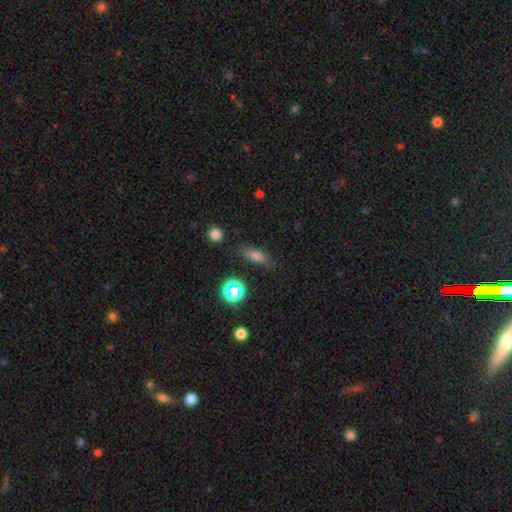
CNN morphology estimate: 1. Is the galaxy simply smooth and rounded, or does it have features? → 71% smooth, 16% star or artifact, 13% featured or disk.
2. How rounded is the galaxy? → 57% in between, 35% cigar-shaped, 9% round.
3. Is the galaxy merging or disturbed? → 82% none, 12% minor disturbance, 4% major disturbance, 2% merger.